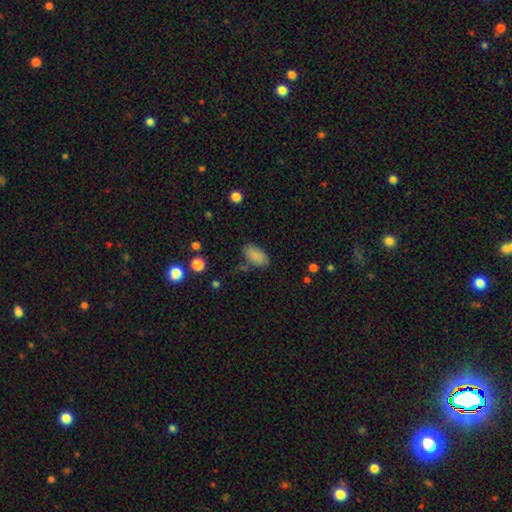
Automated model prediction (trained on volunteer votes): Smooth or featured?
  - smooth: 85% *
  - star or artifact: 9%
  - featured or disk: 6%
How rounded?
  - in between: 93% *
  - round: 5%
  - cigar-shaped: 2%
Merging?
  - none: 67% *
  - minor disturbance: 21%
  - major disturbance: 7%
  - merger: 6%